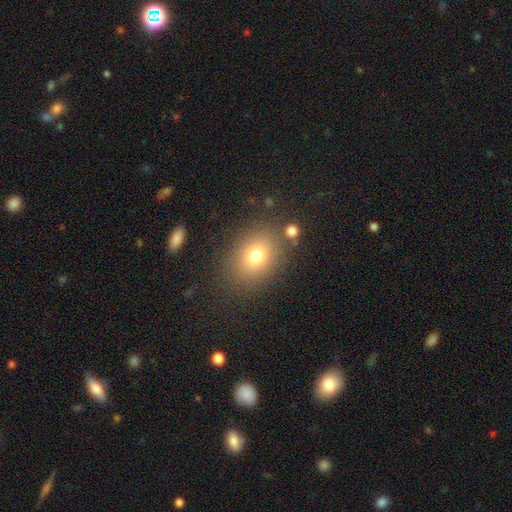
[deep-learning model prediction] Smooth or featured? Predicted: smooth (p=0.76). How rounded? Predicted: in between (p=0.64). Merging? Predicted: none (p=0.80).